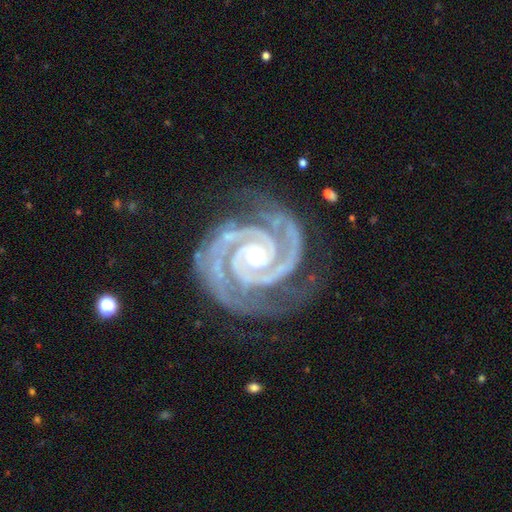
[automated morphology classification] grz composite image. It shows a featured or disk galaxy (94%) with no bar (68%), 2 (82%) tight (82%) spiral arms (99%) and a small central bulge (76%). Merging: none (76%).